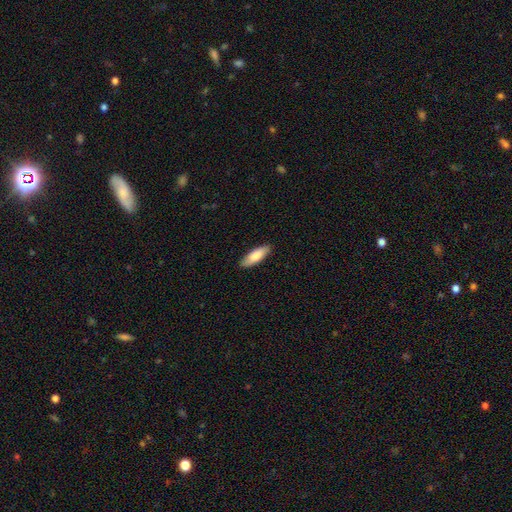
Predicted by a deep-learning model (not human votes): A smooth galaxy with no disk features (83%) that is in between round and cigar-shaped (61%). Merging: none (88%).